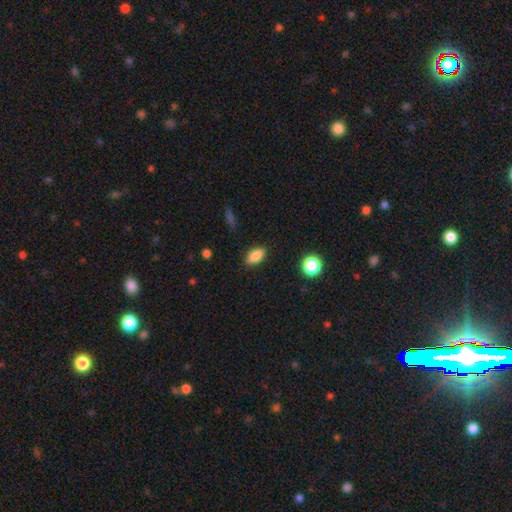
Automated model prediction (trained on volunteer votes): Smooth or featured? smooth (82%)
How rounded? in between (86%)
Merging? none (87%)